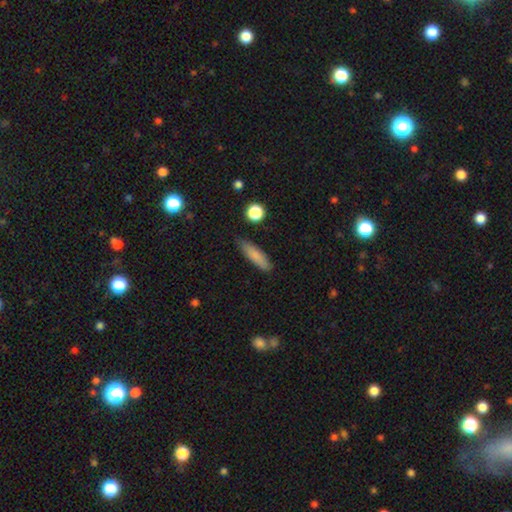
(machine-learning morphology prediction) Smooth or featured: smooth — 80% (featured or disk — 12%)
How rounded: cigar-shaped — 67% (in between — 31%)
Merging: none — 84% (minor disturbance — 12%)